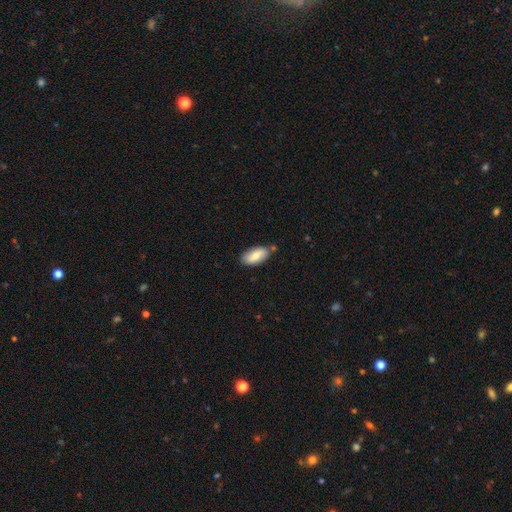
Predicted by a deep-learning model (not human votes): smooth 73%, featured or disk 21%, star or artifact 6%. Down the decision tree: how rounded — in between (91%); merging — none (76%).